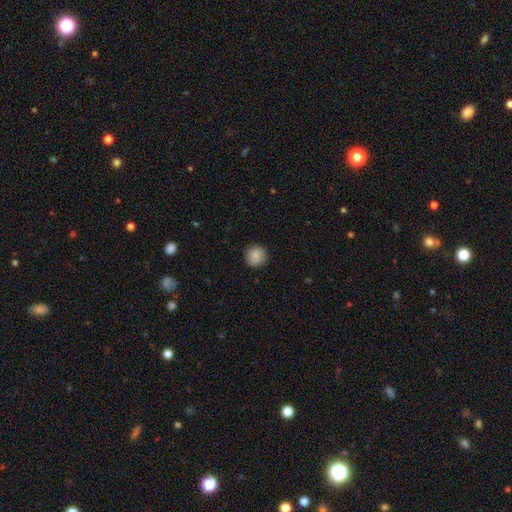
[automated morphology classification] Smooth or featured: smooth — 87% (star or artifact — 8%)
How rounded: round — 94% (in between — 5%)
Merging: none — 90% (minor disturbance — 7%)